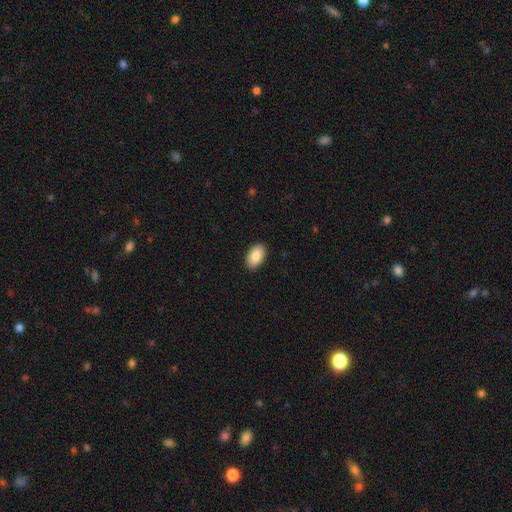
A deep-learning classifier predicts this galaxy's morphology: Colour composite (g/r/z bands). It shows a smooth galaxy with no disk features (87%) that is in between round and cigar-shaped (93%). Merging: none (90%).